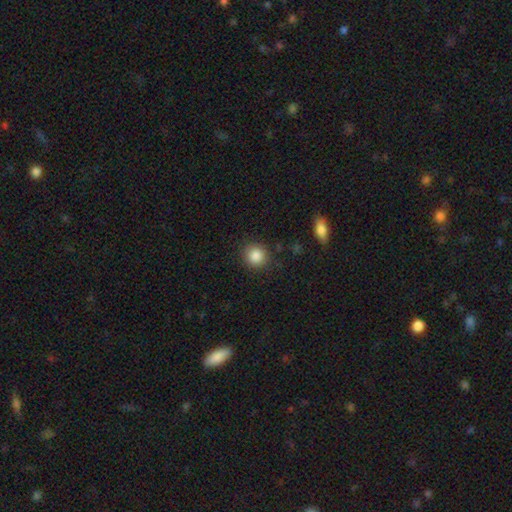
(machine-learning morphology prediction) Smooth or featured? Predicted: smooth (p=0.86). How rounded? Predicted: round (p=0.89). Merging? Predicted: none (p=0.87).